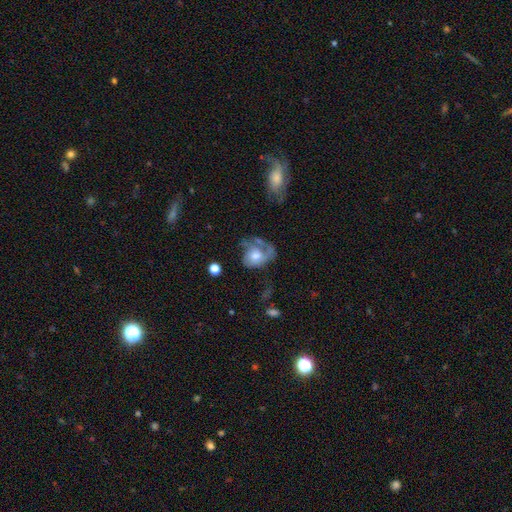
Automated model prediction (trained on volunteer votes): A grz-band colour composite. It shows a featured or disk galaxy (60%) with no bar (80%), spiral arms (72%) and a moderate central bulge (61%). Merging: major disturbance (36%).